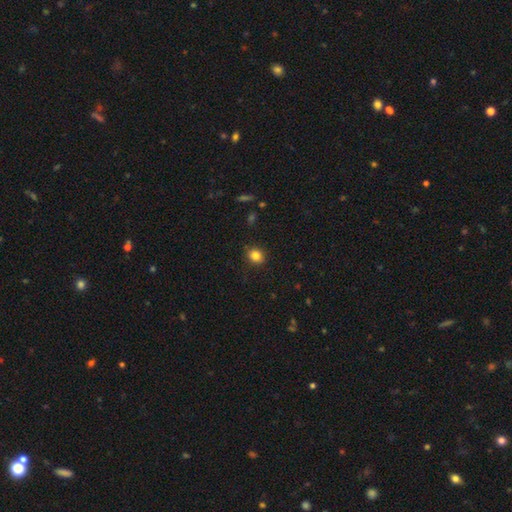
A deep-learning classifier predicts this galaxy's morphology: This is clearly a smooth galaxy (83%). How rounded: likely round (64%). Merging: clearly none (88%).